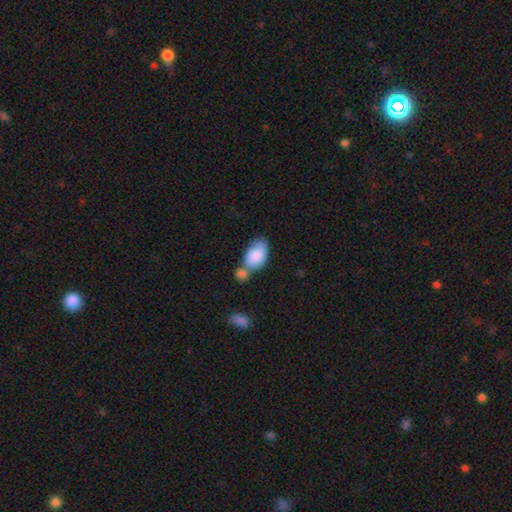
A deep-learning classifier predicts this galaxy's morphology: This is clearly a smooth galaxy (81%). How rounded: clearly in between (92%). Merging: marginally merger (45%).